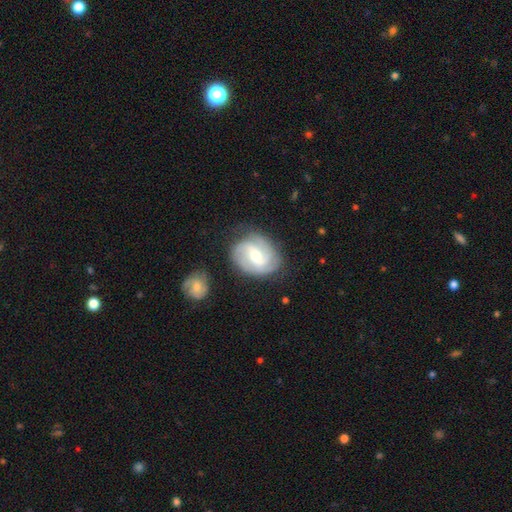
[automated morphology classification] featured or disk 80%, smooth 14%, star or artifact 5%. Down the decision tree: edge-on disk — no (97%); bar — weak (51%); spiral arms — yes (95%); spiral arm count — 3 (40%); spiral winding — medium (45%); bulge size — moderate (62%); merging — none (73%).